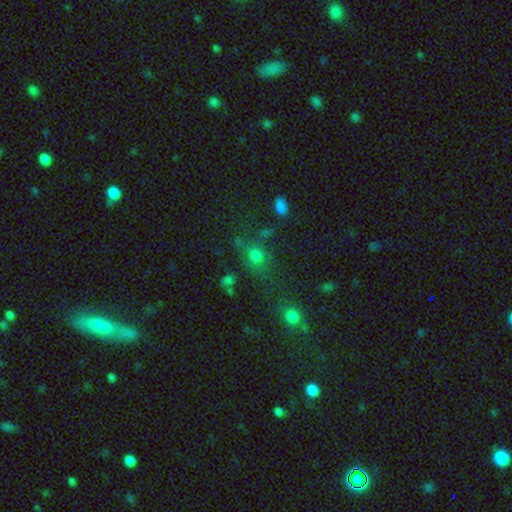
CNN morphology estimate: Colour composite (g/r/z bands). It shows a smooth galaxy with no disk features (71%) that is round (67%). Merging: none (62%).